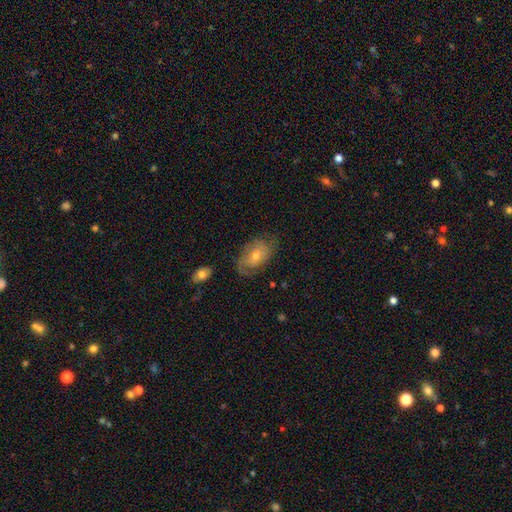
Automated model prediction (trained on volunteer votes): Smooth or featured: smooth — 46% (tied with featured or disk — 46%)
Merging: none — 64% (minor disturbance — 24%)